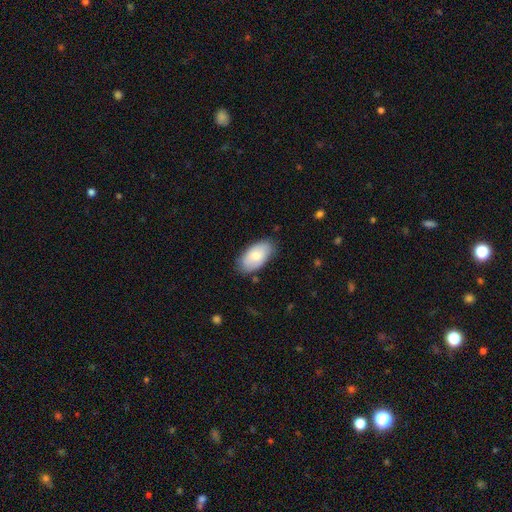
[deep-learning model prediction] Morphology: type=smooth (73%); roundness=in between (95%); merging=none (79%).